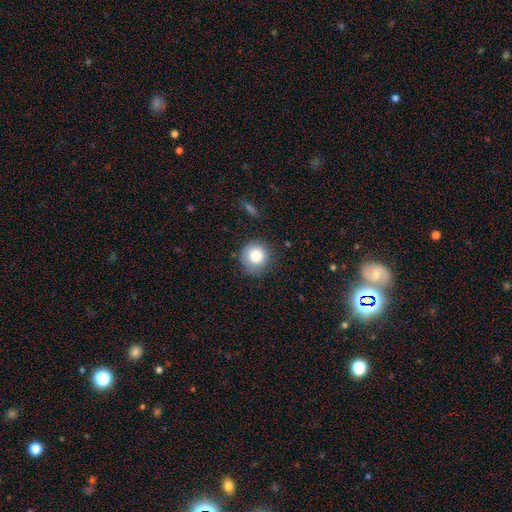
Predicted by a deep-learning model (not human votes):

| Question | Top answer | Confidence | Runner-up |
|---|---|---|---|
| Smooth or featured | smooth | 83% | star or artifact (9%) |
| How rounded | round | 92% | in between (7%) |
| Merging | none | 80% | minor disturbance (14%) |